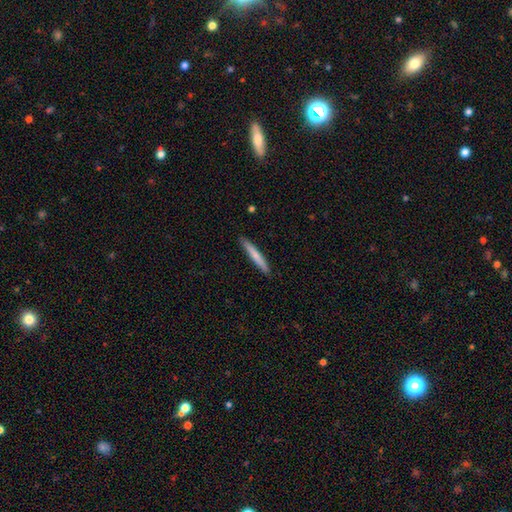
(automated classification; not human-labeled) A smooth galaxy with no disk features (68%) that is cigar-shaped (96%). Merging: none (91%).